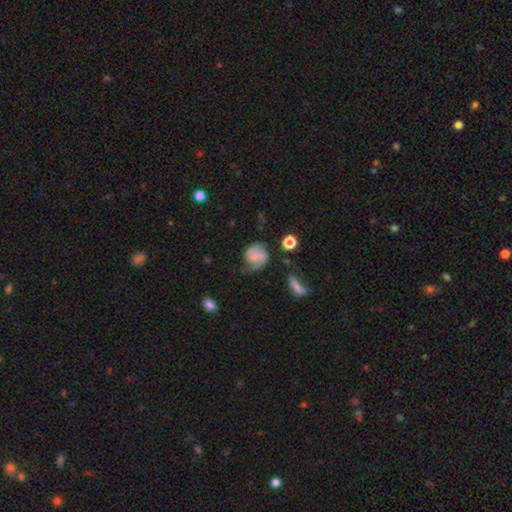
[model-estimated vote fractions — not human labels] Smooth or featured: featured or disk — 57% (smooth — 34%)
Edge-on disk: no — 97% (yes — 3%)
Bar: weak — 43% (no — 42%)
Spiral arms: yes — 91% (no — 9%)
Spiral winding: medium — 45% (loose — 30%)
Spiral arm count: 2 — 80% (1 — 8%)
Bulge size: none — 41% (small — 37%)
Merging: none — 57% (minor disturbance — 24%)